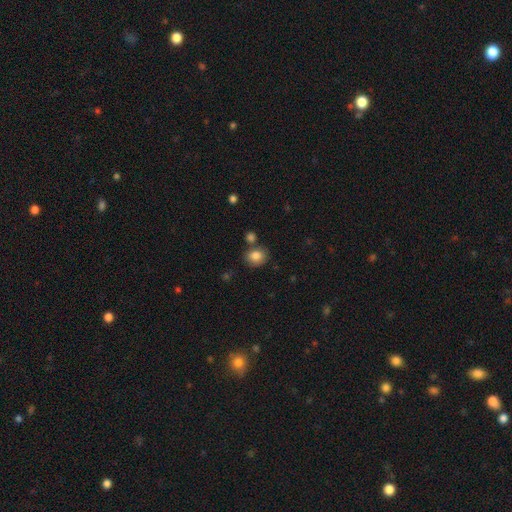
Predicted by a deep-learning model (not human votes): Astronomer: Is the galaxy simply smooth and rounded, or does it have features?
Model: smooth — 84%.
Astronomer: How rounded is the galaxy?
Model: round — 60% (runner-up: in between, 39%).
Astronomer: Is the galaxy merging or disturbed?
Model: none — 72%.